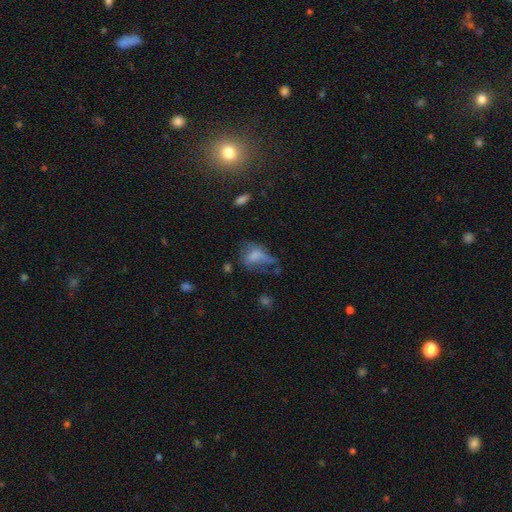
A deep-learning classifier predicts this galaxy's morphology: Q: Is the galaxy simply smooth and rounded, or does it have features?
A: smooth — 57%.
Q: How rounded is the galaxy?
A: in between — 74%.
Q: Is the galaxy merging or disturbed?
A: major disturbance — 43%.